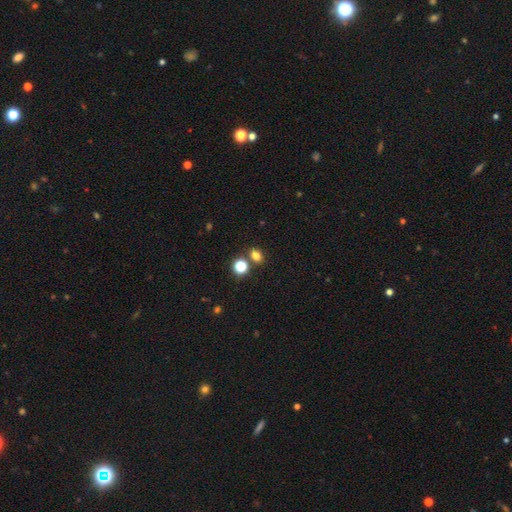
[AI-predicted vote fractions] A smooth galaxy with no disk features (77%) that is in between round and cigar-shaped (56%). Merging: none (73%).